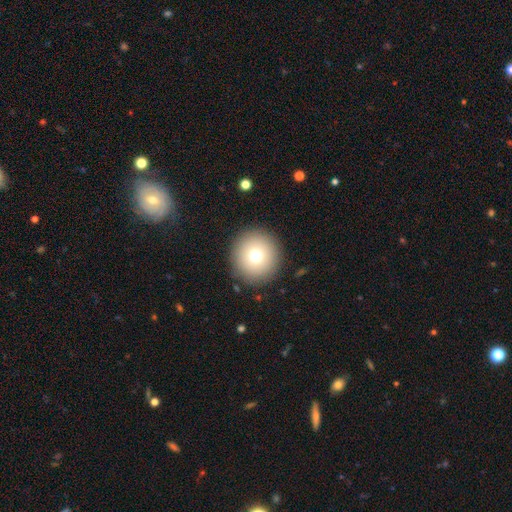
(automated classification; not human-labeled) smooth-or-featured: smooth: 73% | featured or disk: 14% | star or artifact: 13%
  how-rounded: round: 94% | in between: 5% | cigar-shaped: 1%
  merging: none: 90% | minor disturbance: 6% | major disturbance: 3% | merger: 1%